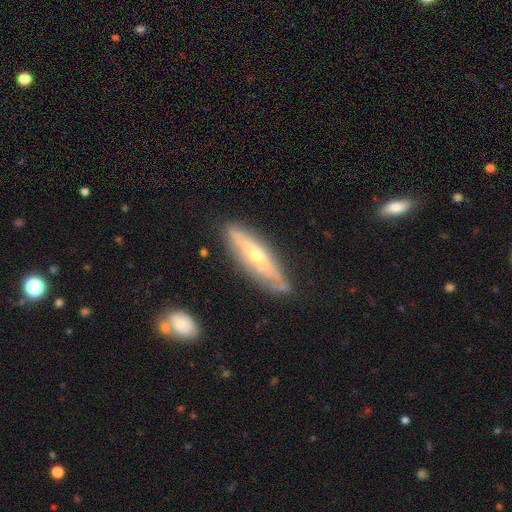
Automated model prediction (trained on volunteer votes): smooth-or-featured: featured or disk: 61% | smooth: 33% | star or artifact: 6%
  disk-edge-on: yes: 52% | no: 48%
  merging: none: 74% | minor disturbance: 19% | major disturbance: 4% | merger: 3%